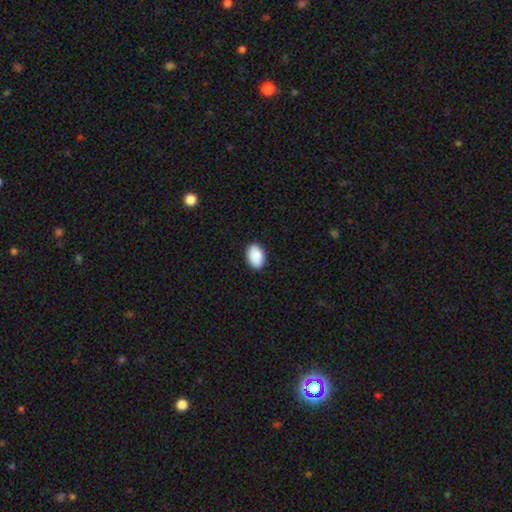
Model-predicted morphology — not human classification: smooth_or_featured: smooth (p=0.90) [alt: star or artifact p=0.06]
how_rounded: in between (p=0.91) [alt: round p=0.08]
merging: none (p=0.89) [alt: minor disturbance p=0.08]